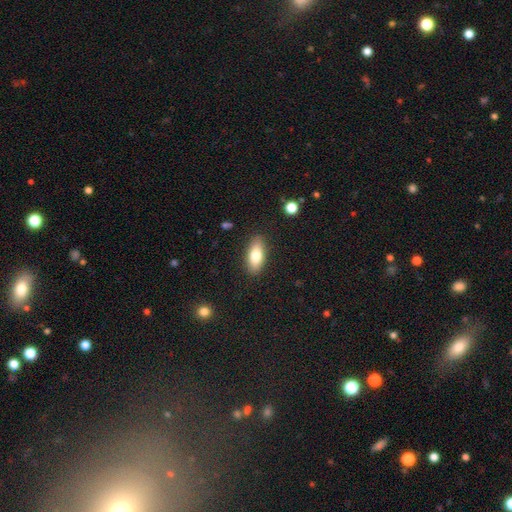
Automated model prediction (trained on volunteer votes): Smooth or featured: smooth — 78% (featured or disk — 16%)
How rounded: in between — 82% (cigar-shaped — 15%)
Merging: none — 87% (minor disturbance — 10%)